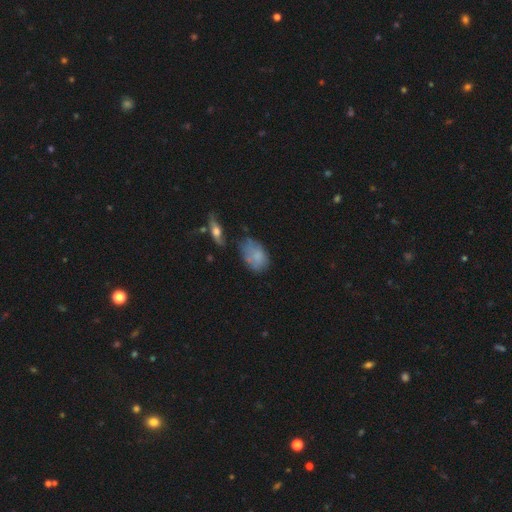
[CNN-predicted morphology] The model was most divided on "merging": none: 50%, minor disturbance: 30%, major disturbance: 13%, merger: 7%. More confident: how rounded — in between (86%); smooth or featured — smooth (68%).